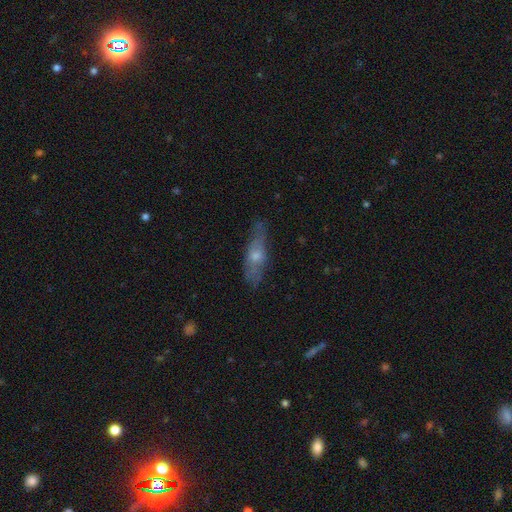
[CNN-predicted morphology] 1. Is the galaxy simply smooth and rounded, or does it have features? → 52% featured or disk, 40% smooth, 8% star or artifact.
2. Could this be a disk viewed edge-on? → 59% yes, 41% no.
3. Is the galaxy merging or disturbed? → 68% none, 23% minor disturbance, 7% major disturbance, 2% merger.